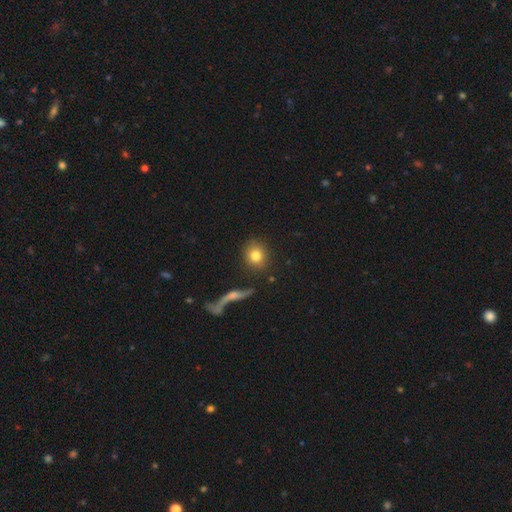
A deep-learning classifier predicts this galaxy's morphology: A smooth galaxy with no disk features (80%) that is round (84%). Merging: none (82%).